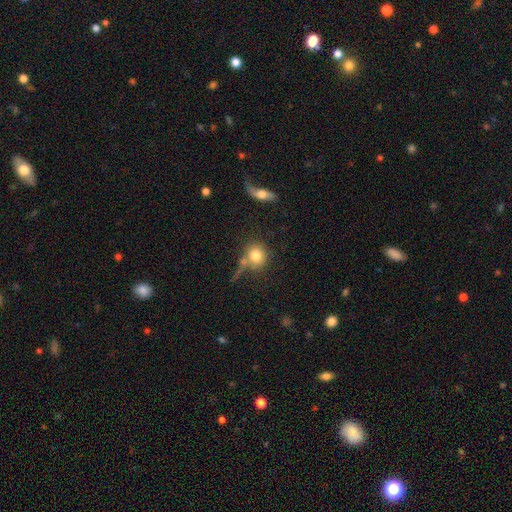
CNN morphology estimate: smooth-or-featured: smooth: 79% | featured or disk: 12% | star or artifact: 9%
  how-rounded: round: 81% | in between: 17% | cigar-shaped: 2%
  merging: none: 57% | merger: 22% | minor disturbance: 13% | major disturbance: 8%